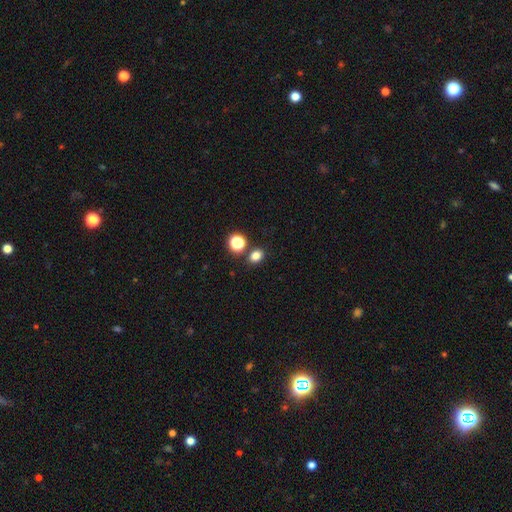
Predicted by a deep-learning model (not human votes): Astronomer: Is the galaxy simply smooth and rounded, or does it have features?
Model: smooth — 79%.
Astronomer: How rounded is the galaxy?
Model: in between — 54% (runner-up: round, 45%).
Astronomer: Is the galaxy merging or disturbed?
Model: none — 78%.